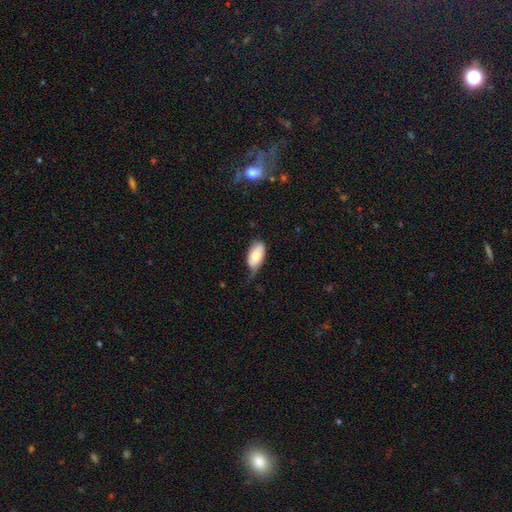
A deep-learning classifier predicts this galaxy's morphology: Q: Smooth or featured?
A: smooth (75%); runner-up: featured or disk (19%)
Q: How rounded?
A: in between (93%); runner-up: cigar-shaped (4%)
Q: Merging?
A: minor disturbance (45%); runner-up: none (37%)